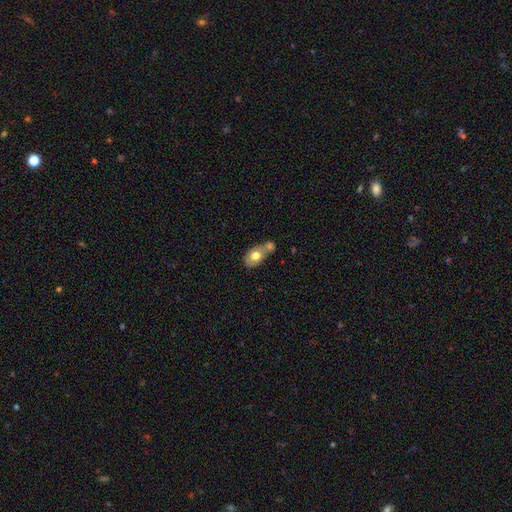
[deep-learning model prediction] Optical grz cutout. It shows a smooth galaxy with no disk features (70%) that is in between round and cigar-shaped (77%). Merging: merger (58%).